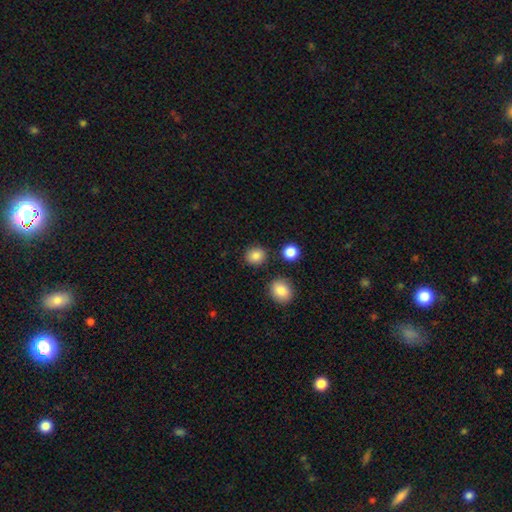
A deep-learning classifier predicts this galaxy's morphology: A smooth galaxy with no disk features (85%) that is round (82%). Merging: none (86%).